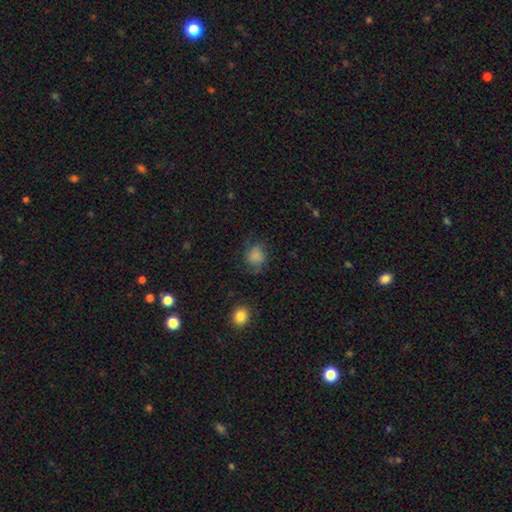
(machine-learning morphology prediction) smooth 79%, star or artifact 11%, featured or disk 10%. Down the decision tree: how rounded — round (71%); merging — none (61%).